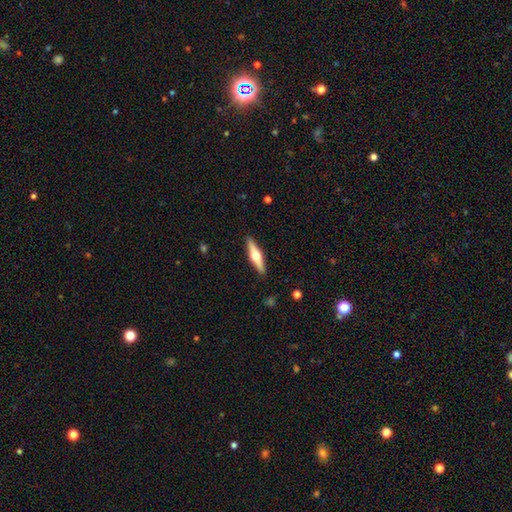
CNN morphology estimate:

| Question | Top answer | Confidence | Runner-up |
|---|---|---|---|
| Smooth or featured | featured or disk | 60% | smooth (35%) |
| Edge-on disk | yes | 96% | no (4%) |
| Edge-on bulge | rounded | 95% | boxy (3%) |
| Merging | none | 91% | minor disturbance (7%) |